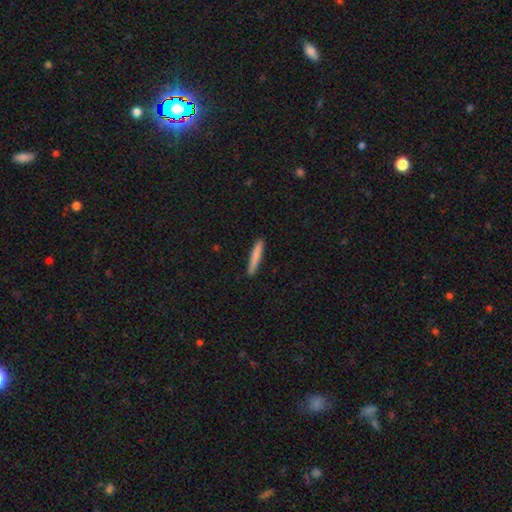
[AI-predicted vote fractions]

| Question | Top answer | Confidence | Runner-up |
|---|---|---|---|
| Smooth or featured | smooth | 82% | featured or disk (12%) |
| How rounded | cigar-shaped | 94% | in between (5%) |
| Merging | none | 90% | minor disturbance (7%) |